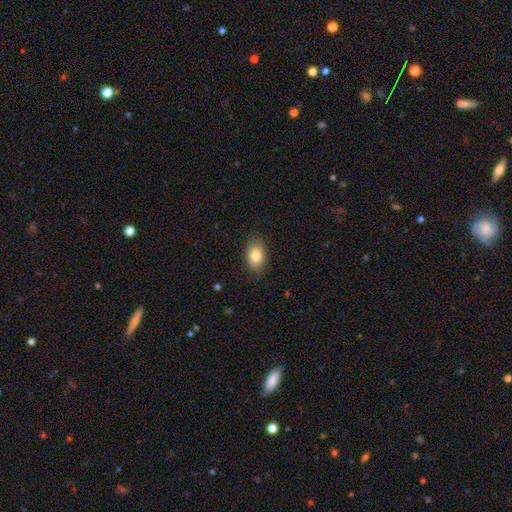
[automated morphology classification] This is clearly a smooth galaxy (82%). How rounded: clearly in between (89%). Merging: clearly none (85%).